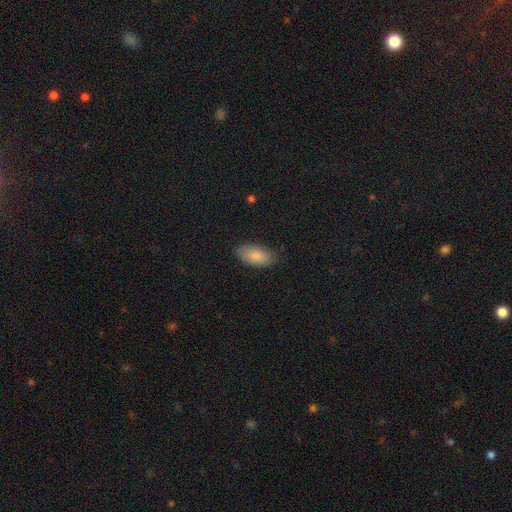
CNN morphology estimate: Overall: smooth (86%). How rounded: in between (93%). Merging: none (83%).